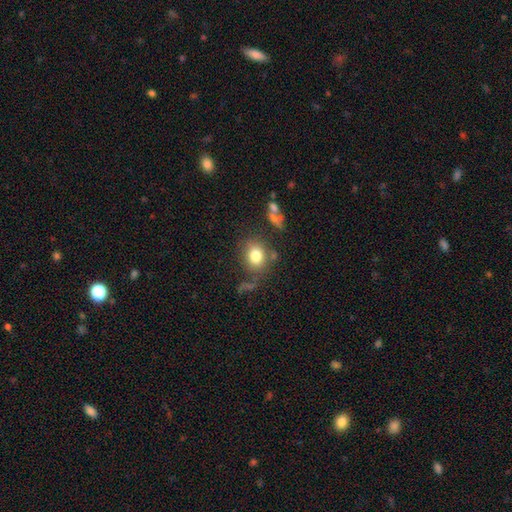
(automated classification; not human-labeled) A smooth galaxy with no disk features (80%) that is round (59%).

Vote fractions:
- Smooth or featured? smooth: 80% / featured or disk: 10% / star or artifact: 10%
- How rounded? round: 59% / in between: 40% / cigar-shaped: 1%
- Merging? none: 70% / minor disturbance: 15% / merger: 7% / major disturbance: 7%